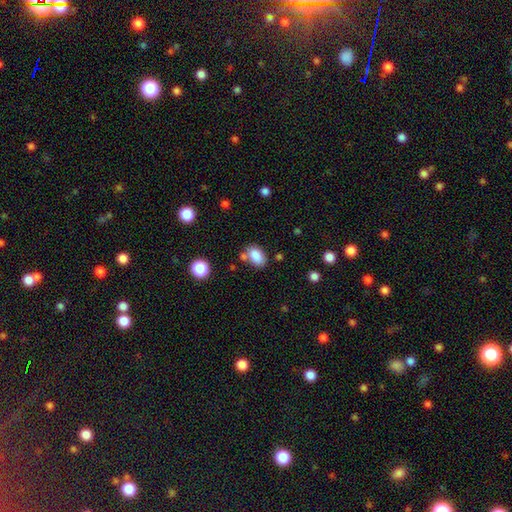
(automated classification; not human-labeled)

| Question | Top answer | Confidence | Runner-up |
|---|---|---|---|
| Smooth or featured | smooth | 85% | star or artifact (9%) |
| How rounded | in between | 87% | round (11%) |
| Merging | none | 66% | minor disturbance (15%) |